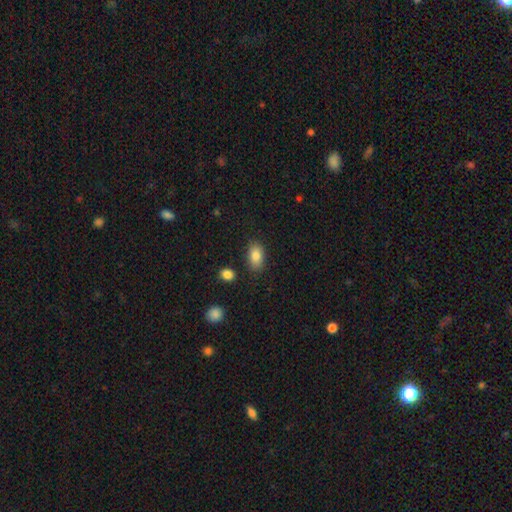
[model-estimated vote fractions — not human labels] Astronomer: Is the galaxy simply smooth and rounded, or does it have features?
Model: smooth — 86%.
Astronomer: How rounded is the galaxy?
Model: in between — 90%.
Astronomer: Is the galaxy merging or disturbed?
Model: none — 83%.